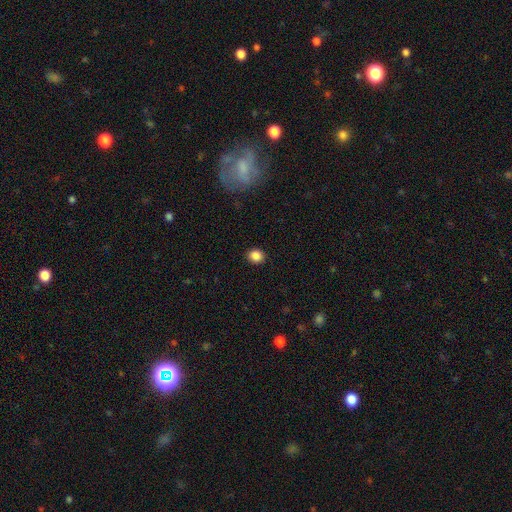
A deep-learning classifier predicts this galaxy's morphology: type=smooth (86%); roundness=round (73%); merging=none (91%).